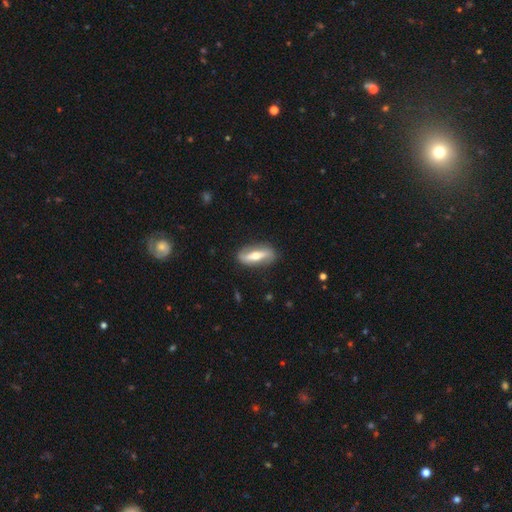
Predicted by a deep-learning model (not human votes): Q: Smooth or featured?
A: featured or disk (58%); runner-up: smooth (36%)
Q: Edge-on disk?
A: no (54%); runner-up: yes (46%)
Q: Merging?
A: none (84%); runner-up: minor disturbance (11%)